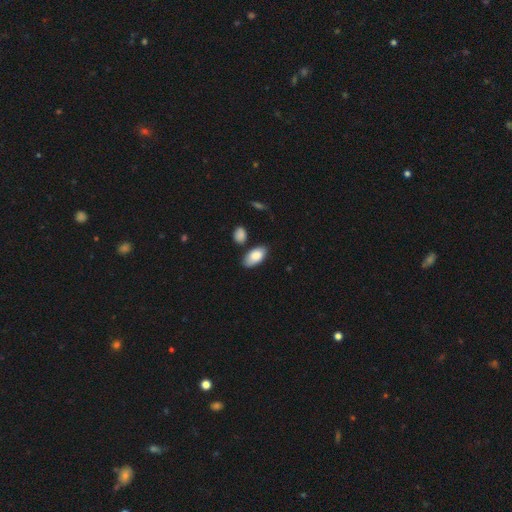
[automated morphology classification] smooth_or_featured: smooth (p=0.84) [alt: featured or disk p=0.10]
how_rounded: in between (p=0.93) [alt: cigar-shaped p=0.03]
merging: none (p=0.75) [alt: minor disturbance p=0.16]